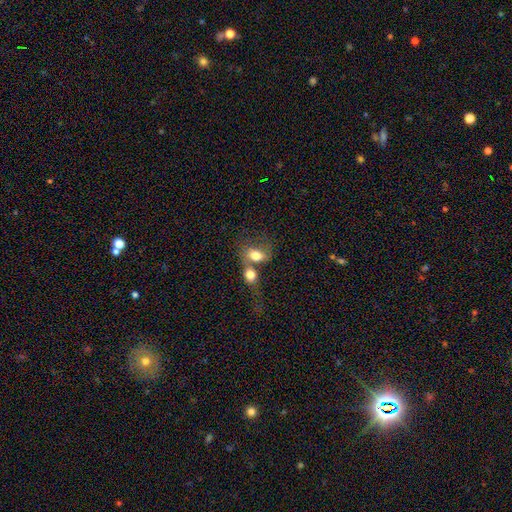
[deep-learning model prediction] smooth_or_featured: smooth (p=0.74) [alt: featured or disk p=0.17]
how_rounded: in between (p=0.68) [alt: round p=0.29]
merging: merger (p=0.69) [alt: none p=0.16]